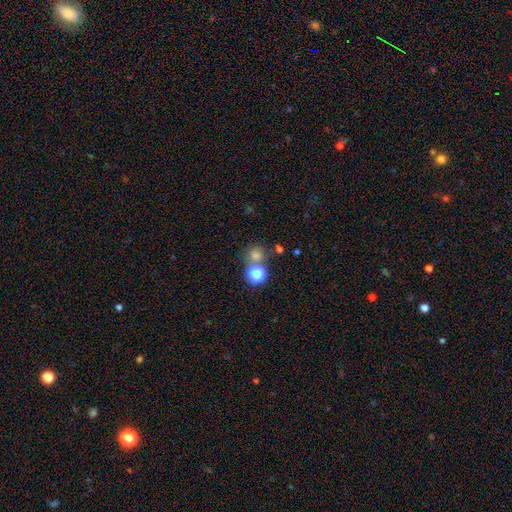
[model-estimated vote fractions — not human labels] A smooth galaxy with no disk features (66%) that is round (86%). Merging: none (64%).